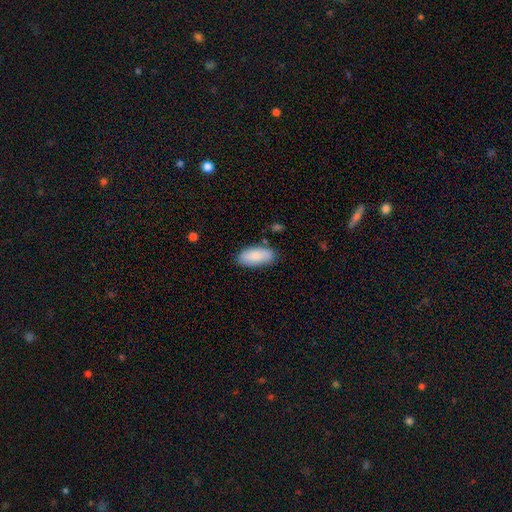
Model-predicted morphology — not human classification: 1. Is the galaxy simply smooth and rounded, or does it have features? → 87% smooth, 7% featured or disk, 6% star or artifact.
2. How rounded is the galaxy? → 87% in between, 11% cigar-shaped, 2% round.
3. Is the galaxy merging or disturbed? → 82% none, 13% minor disturbance, 3% major disturbance, 2% merger.